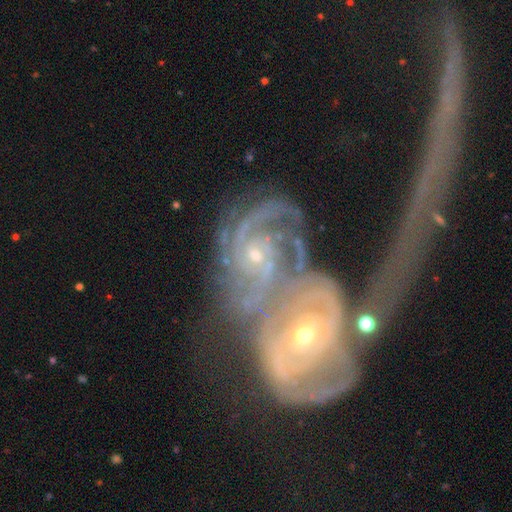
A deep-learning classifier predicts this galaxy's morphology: smooth-or-featured: featured or disk: 87% | smooth: 7% | star or artifact: 6%
  disk-edge-on: no: 96% | yes: 4%
    bar: no: 66% | weak: 24% | strong: 10%
    has-spiral-arms: yes: 95% | no: 5%
      spiral-winding: tight: 60% | medium: 31% | loose: 9%
      spiral-arm-count: 2: 31% | can't tell: 28% | 3: 21% | 4: 8% | 1: 6% | more than 4: 6%
    bulge-size: small: 66% | moderate: 29% | none: 2% | large: 2% | dominant: 1%
  merging: merger: 73% | none: 11% | major disturbance: 10% | minor disturbance: 6%